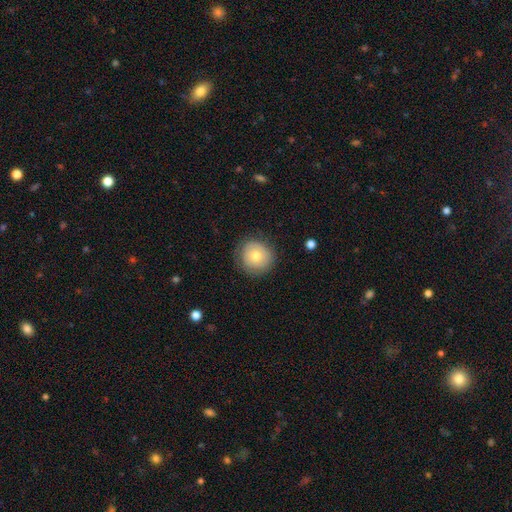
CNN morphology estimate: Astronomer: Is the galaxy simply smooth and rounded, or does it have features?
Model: smooth — 66%.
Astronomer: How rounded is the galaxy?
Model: round — 92%.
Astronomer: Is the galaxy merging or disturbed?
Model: none — 82%.